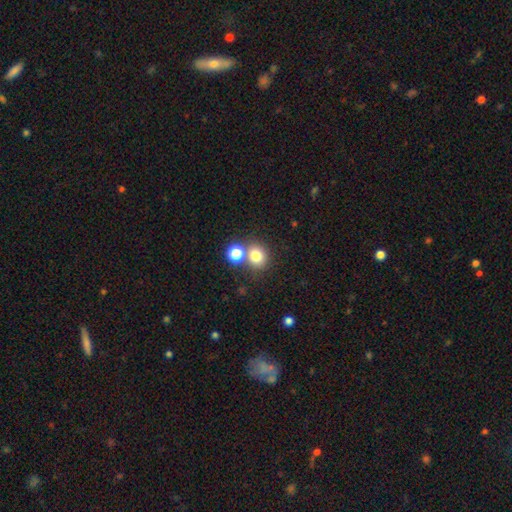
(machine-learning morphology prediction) type=smooth (77%); roundness=round (82%); merging=none (63%).